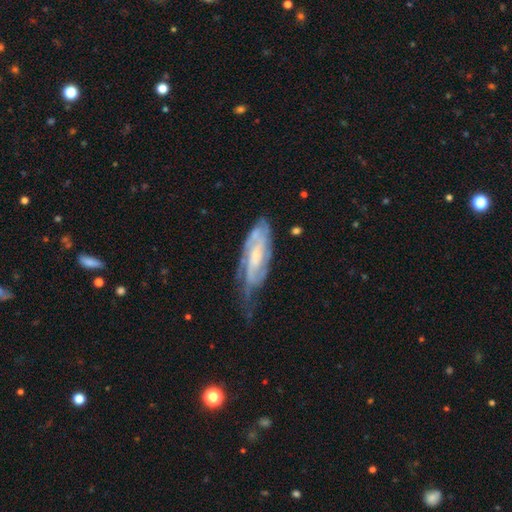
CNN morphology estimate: Smooth or featured? Predicted: featured or disk (p=0.79). Edge-on disk? Predicted: no (p=0.86). Bar? Predicted: no (p=0.52). Spiral arms? Predicted: yes (p=0.92). Spiral winding? Predicted: tight (p=0.54). Spiral arm count? Predicted: can't tell (p=0.41). Bulge size? Predicted: small (p=0.49). Merging? Predicted: none (p=0.45).